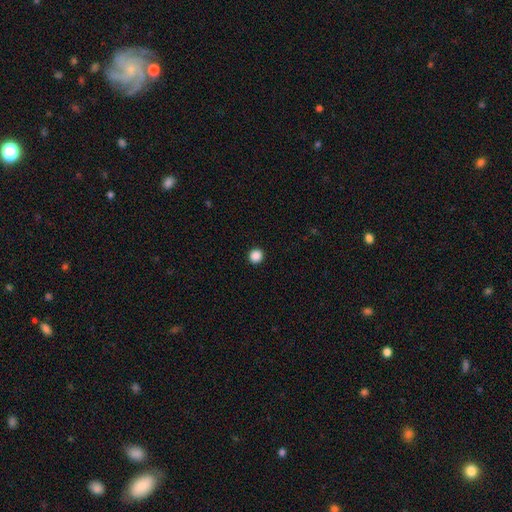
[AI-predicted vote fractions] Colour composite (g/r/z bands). It shows a smooth galaxy with no disk features (88%) that is round (91%). Merging: none (94%).